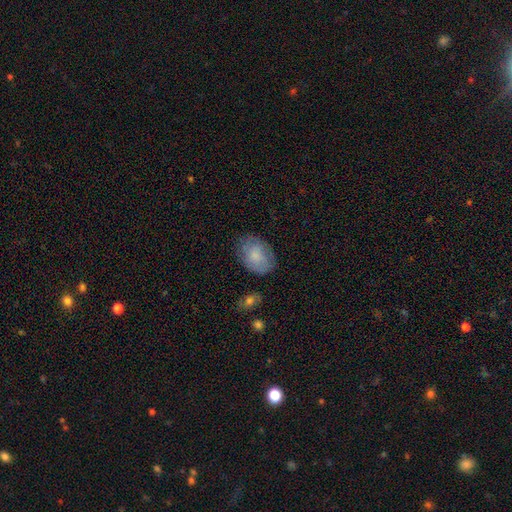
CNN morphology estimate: smooth_or_featured: smooth (p=0.73) [alt: featured or disk p=0.20]
how_rounded: in between (p=0.80) [alt: round p=0.19]
merging: none (p=0.73) [alt: minor disturbance p=0.20]